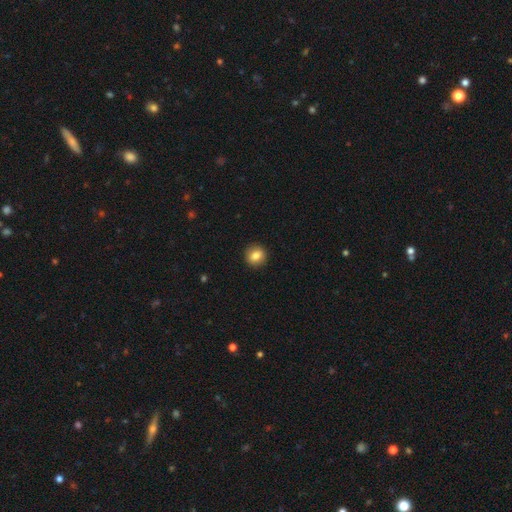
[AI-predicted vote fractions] smooth-or-featured: smooth: 82% | star or artifact: 9% | featured or disk: 9%
  how-rounded: round: 86% | in between: 13% | cigar-shaped: 1%
  merging: none: 91% | minor disturbance: 6% | major disturbance: 2% | merger: 1%